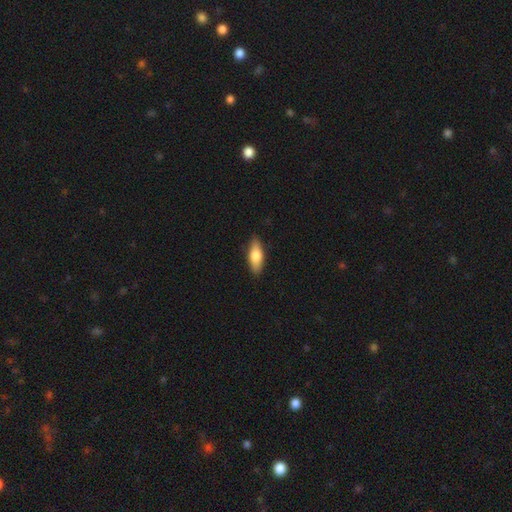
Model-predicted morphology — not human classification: A smooth galaxy with no disk features (73%) that is in between round and cigar-shaped (69%). Merging: none (87%).